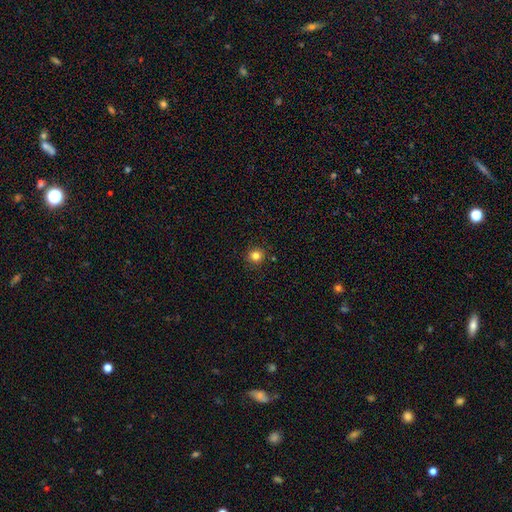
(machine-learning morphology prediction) Smooth or featured? smooth (83%)
How rounded? round (92%)
Merging? none (90%)